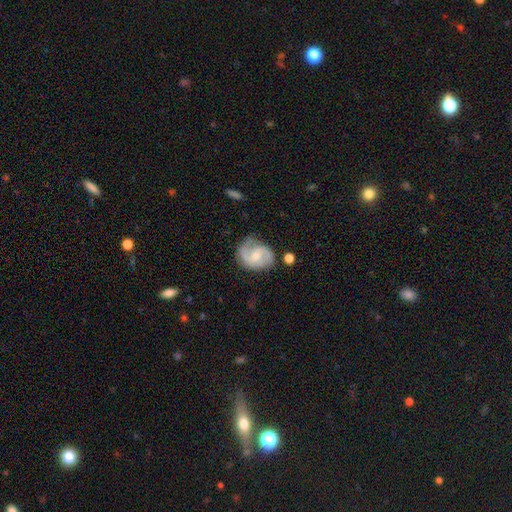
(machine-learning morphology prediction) This appears to be a featured or disk galaxy (78%) with a weak bar (47%), 2 (84%) medium (52%) spiral arms (94%) and a moderate central bulge (46%). Merging: none (67%).